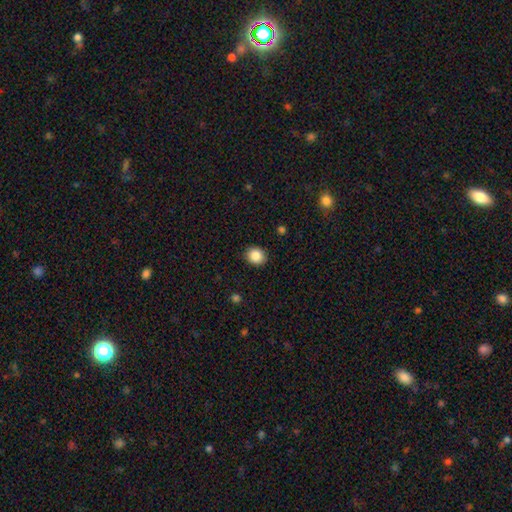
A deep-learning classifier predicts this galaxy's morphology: Q: Smooth or featured?
A: smooth (86%); runner-up: star or artifact (9%)
Q: How rounded?
A: round (70%); runner-up: in between (29%)
Q: Merging?
A: none (90%); runner-up: minor disturbance (7%)